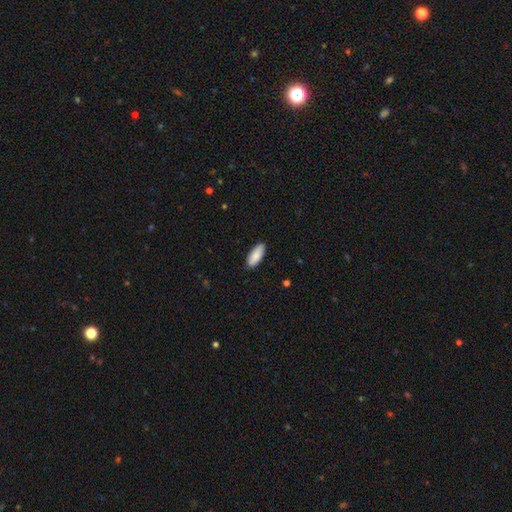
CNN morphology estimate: The model was most divided on "how rounded": in between: 81%, cigar-shaped: 17%, round: 2%. More confident: smooth or featured — smooth (88%); merging — none (87%).